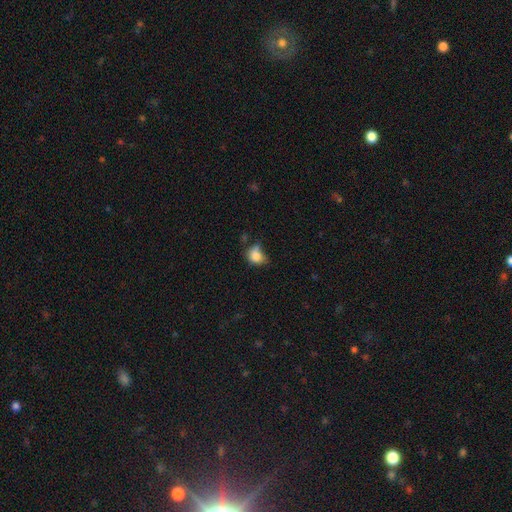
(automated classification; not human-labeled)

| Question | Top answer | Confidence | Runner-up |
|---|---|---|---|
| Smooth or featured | smooth | 80% | star or artifact (10%) |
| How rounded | round | 53% | in between (45%) |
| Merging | minor disturbance | 40% | none (35%) |